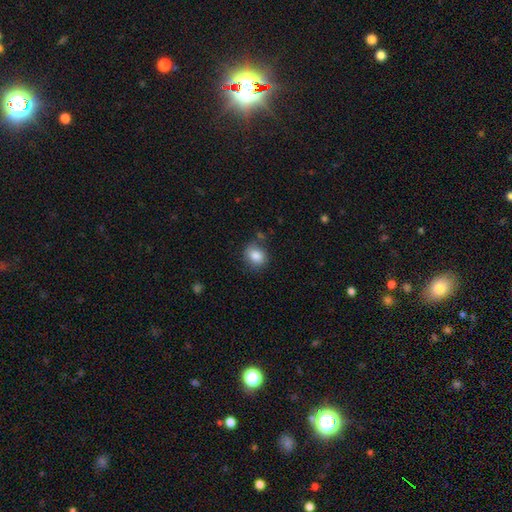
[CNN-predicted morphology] Smooth or featured? smooth (86%)
How rounded? round (65%)
Merging? none (79%)